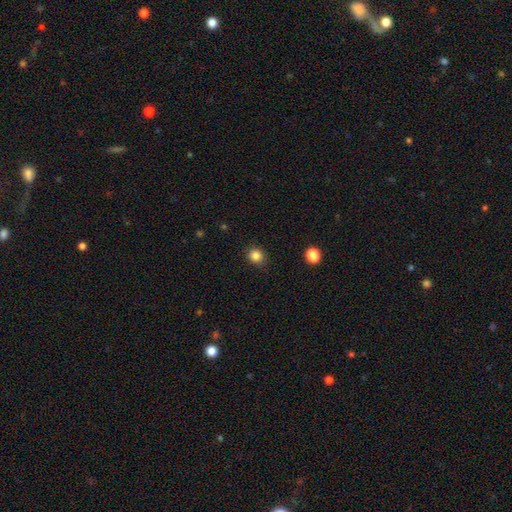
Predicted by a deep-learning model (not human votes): The model was most divided on "how rounded": round: 82%, in between: 17%, cigar-shaped: 1%. More confident: merging — none (89%); smooth or featured — smooth (84%).